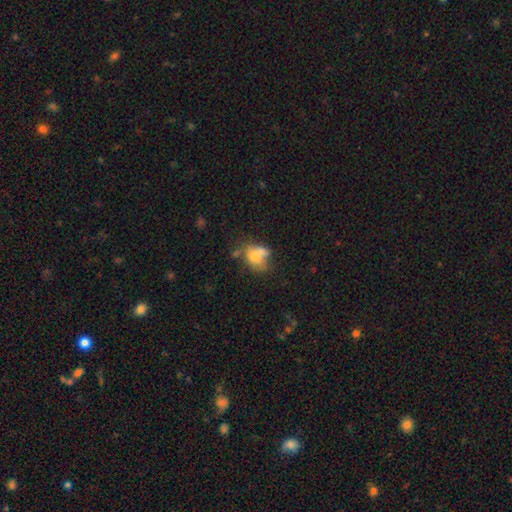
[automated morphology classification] smooth 67%, featured or disk 22%, star or artifact 11%. Down the decision tree: how rounded — in between (57%); merging — merger (36%).